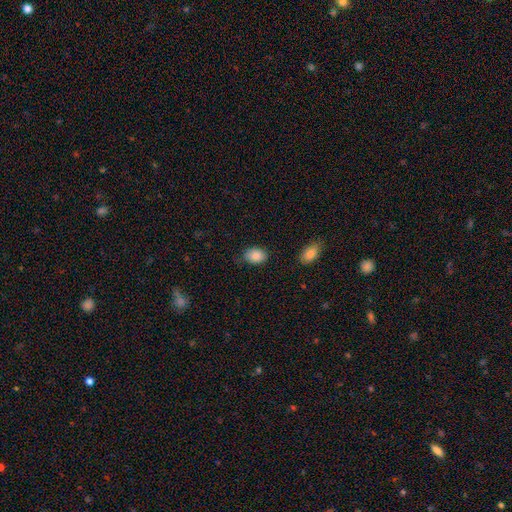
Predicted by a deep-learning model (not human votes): This is clearly a smooth galaxy (86%). How rounded: clearly in between (81%). Merging: likely none (75%).